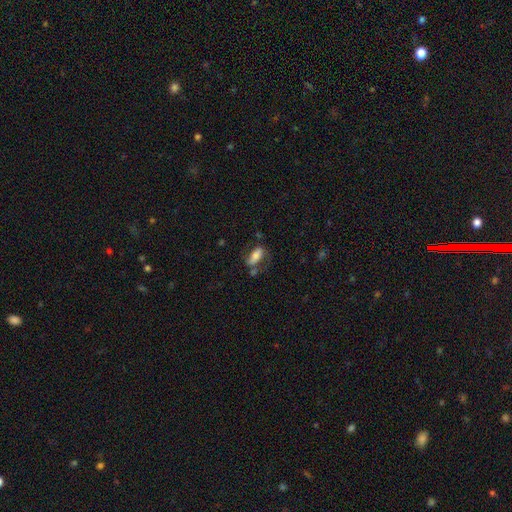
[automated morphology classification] smooth-or-featured: smooth: 67% | featured or disk: 24% | star or artifact: 9%
  how-rounded: in between: 78% | cigar-shaped: 19% | round: 3%
  merging: none: 46% | minor disturbance: 24% | major disturbance: 18% | merger: 12%